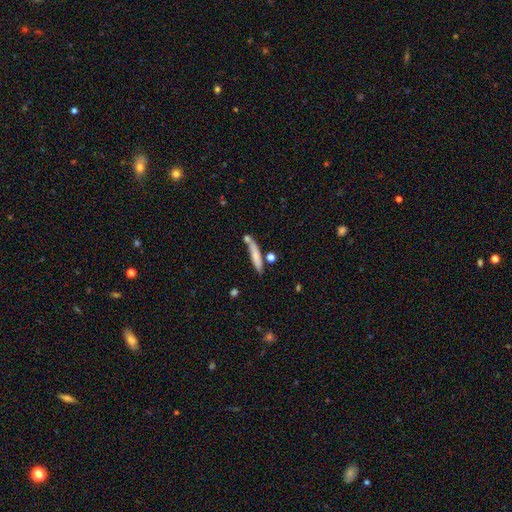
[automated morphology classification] This is likely a smooth galaxy (72%). How rounded: clearly cigar-shaped (86%). Merging: likely none (62%).